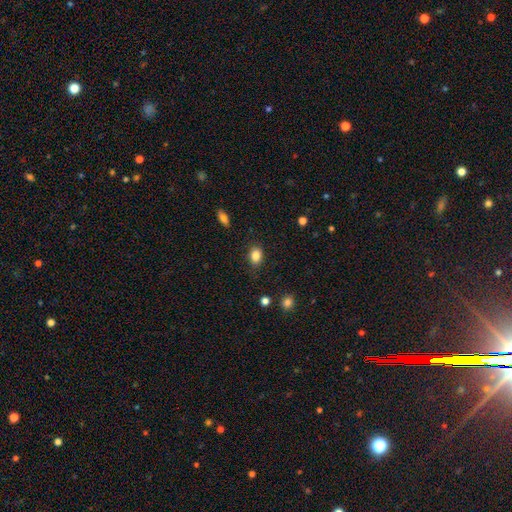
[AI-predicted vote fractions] The model was most divided on "how rounded": in between: 69%, round: 29%, cigar-shaped: 1%. More confident: smooth or featured — smooth (85%); merging — none (82%).